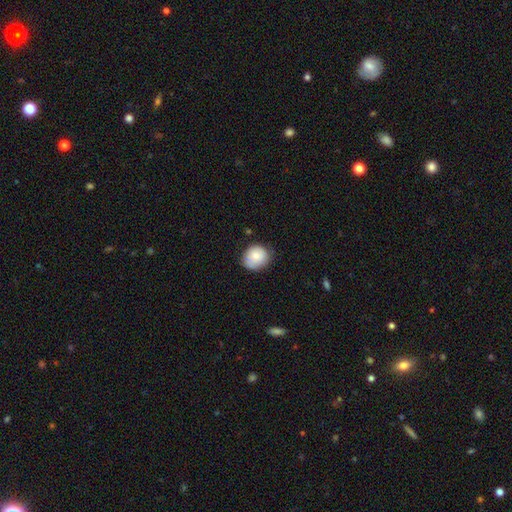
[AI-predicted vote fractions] Q: Smooth or featured?
A: smooth (78%); runner-up: featured or disk (15%)
Q: How rounded?
A: round (77%); runner-up: in between (22%)
Q: Merging?
A: none (71%); runner-up: minor disturbance (24%)